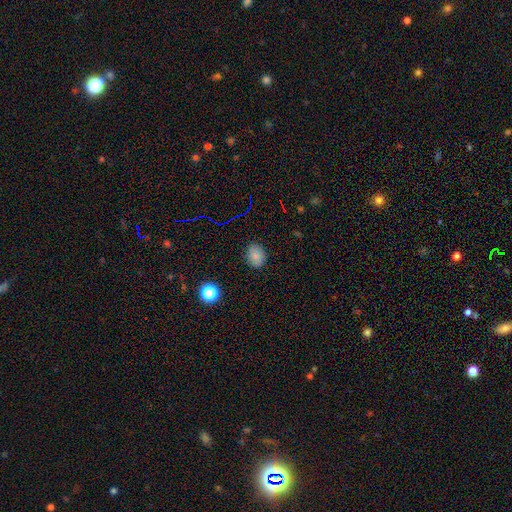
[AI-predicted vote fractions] A smooth galaxy with no disk features (81%) that is in between round and cigar-shaped (59%). Merging: none (84%).